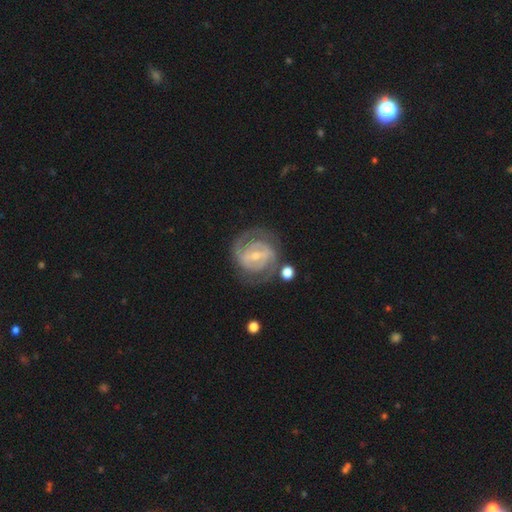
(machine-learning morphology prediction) Smooth or featured? Predicted: featured or disk (p=0.89). Edge-on disk? Predicted: no (p=0.97). Bar? Predicted: strong (p=0.45). Spiral arms? Predicted: yes (p=0.97). Spiral winding? Predicted: tight (p=0.58). Spiral arm count? Predicted: 2 (p=0.67). Bulge size? Predicted: small (p=0.61). Merging? Predicted: none (p=0.73).